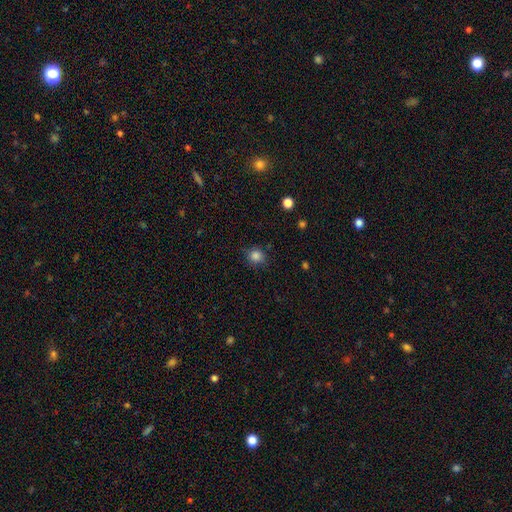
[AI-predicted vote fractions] The model was most divided on "merging": none: 81%, minor disturbance: 14%, major disturbance: 3%, merger: 2%. More confident: how rounded — round (85%); smooth or featured — smooth (84%).